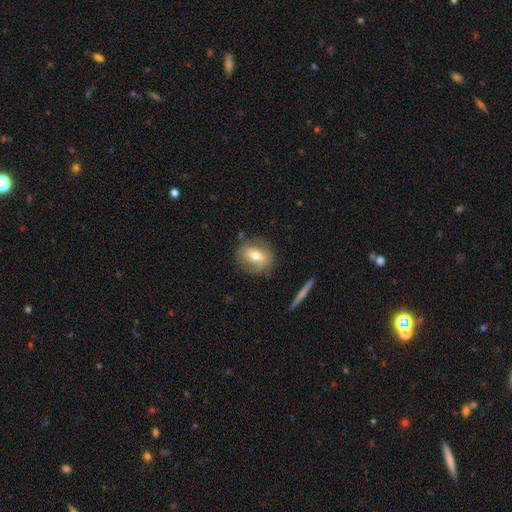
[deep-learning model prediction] Q: Smooth or featured?
A: smooth (61%); runner-up: featured or disk (30%)
Q: How rounded?
A: round (55%); runner-up: in between (43%)
Q: Merging?
A: none (76%); runner-up: minor disturbance (16%)